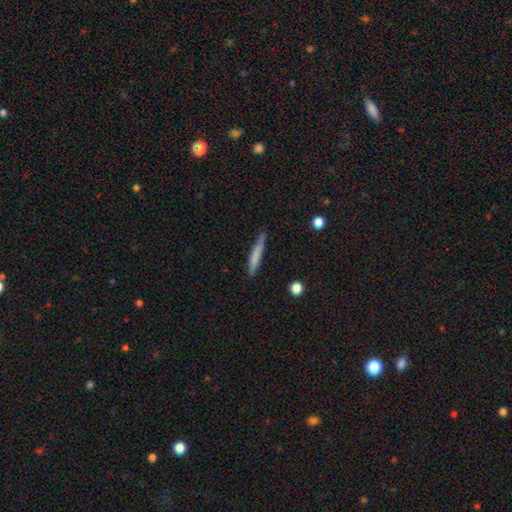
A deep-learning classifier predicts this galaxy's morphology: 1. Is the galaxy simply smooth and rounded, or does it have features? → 72% smooth, 22% featured or disk, 6% star or artifact.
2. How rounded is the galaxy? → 94% cigar-shaped, 5% in between, 1% round.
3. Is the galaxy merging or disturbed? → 79% none, 16% minor disturbance, 3% major disturbance, 2% merger.